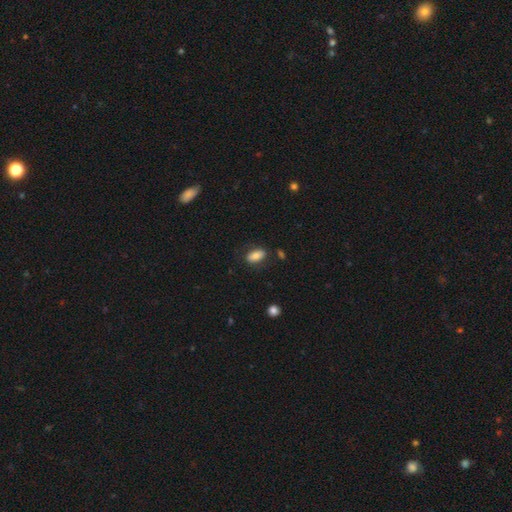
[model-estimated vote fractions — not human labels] smooth-or-featured: smooth: 81% | featured or disk: 11% | star or artifact: 8%
  how-rounded: in between: 90% | cigar-shaped: 5% | round: 5%
  merging: none: 76% | minor disturbance: 15% | major disturbance: 6% | merger: 3%